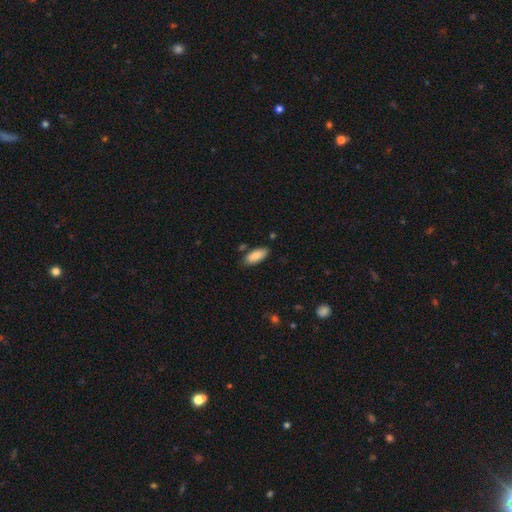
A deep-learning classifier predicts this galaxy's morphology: smooth-or-featured: smooth: 88% | star or artifact: 6% | featured or disk: 6%
  how-rounded: in between: 84% | cigar-shaped: 14% | round: 2%
  merging: none: 81% | minor disturbance: 13% | merger: 3% | major disturbance: 3%